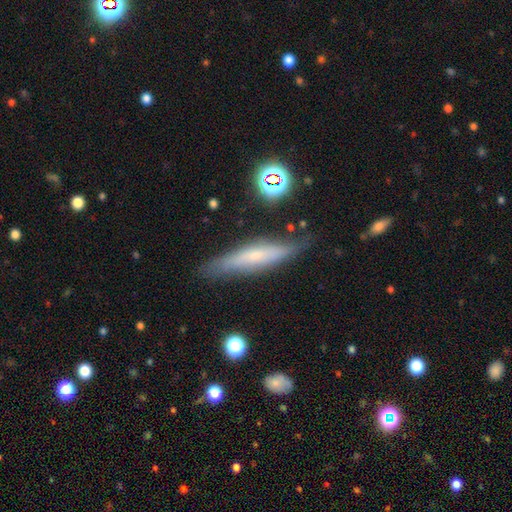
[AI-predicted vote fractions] Overall: smooth (46%; featured or disk 45%). Merging: none (79%).